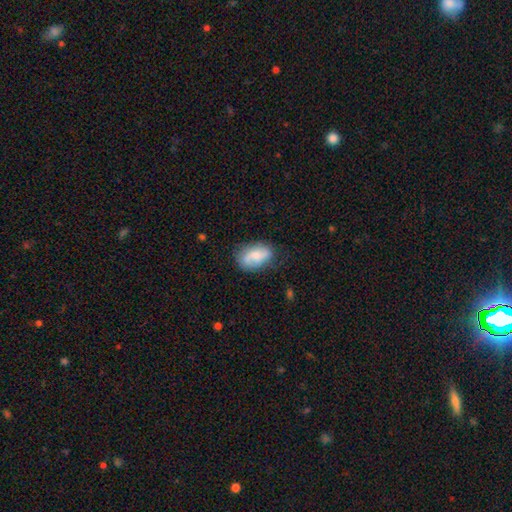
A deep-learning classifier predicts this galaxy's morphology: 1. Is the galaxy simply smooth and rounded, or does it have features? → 55% smooth, 38% featured or disk, 8% star or artifact.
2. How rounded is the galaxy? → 87% in between, 11% round, 2% cigar-shaped.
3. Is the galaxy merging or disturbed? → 59% none, 27% minor disturbance, 10% major disturbance, 4% merger.